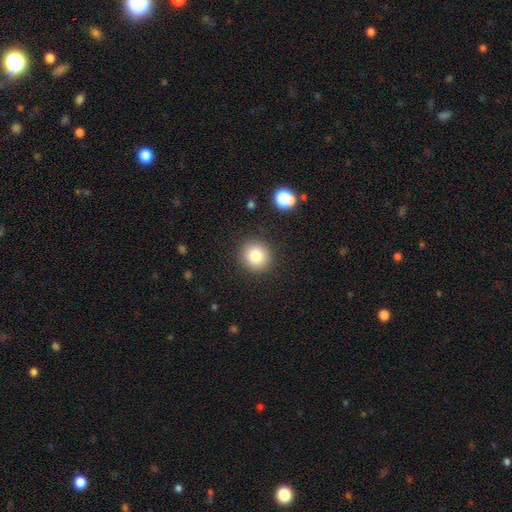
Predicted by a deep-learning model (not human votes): Smooth or featured?
  - smooth: 81% *
  - star or artifact: 11%
  - featured or disk: 8%
How rounded?
  - round: 89% *
  - in between: 10%
  - cigar-shaped: 1%
Merging?
  - none: 89% *
  - minor disturbance: 7%
  - major disturbance: 2%
  - merger: 2%